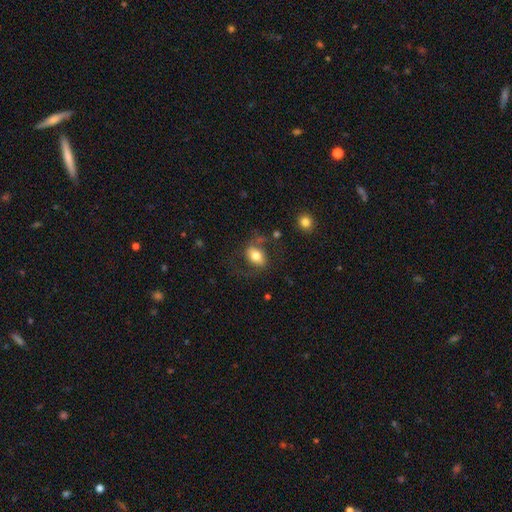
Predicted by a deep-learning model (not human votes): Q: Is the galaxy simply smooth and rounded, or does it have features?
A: smooth — 64%.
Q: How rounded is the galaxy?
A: in between — 83%.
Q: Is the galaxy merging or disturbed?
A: none — 58%.